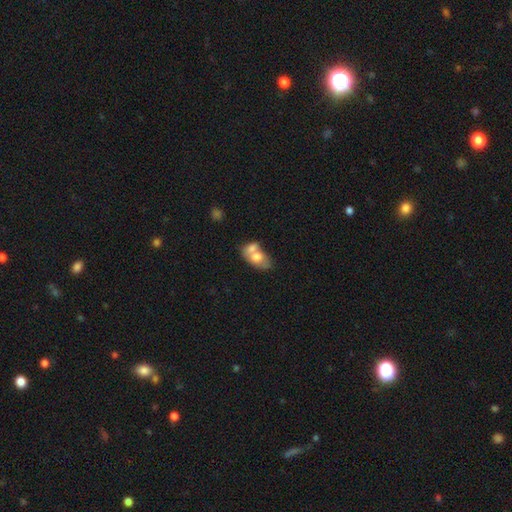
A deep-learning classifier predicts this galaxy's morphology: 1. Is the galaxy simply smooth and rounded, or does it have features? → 67% smooth, 26% featured or disk, 7% star or artifact.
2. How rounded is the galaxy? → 85% in between, 12% round, 2% cigar-shaped.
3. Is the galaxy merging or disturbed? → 60% merger, 24% none, 11% minor disturbance, 5% major disturbance.